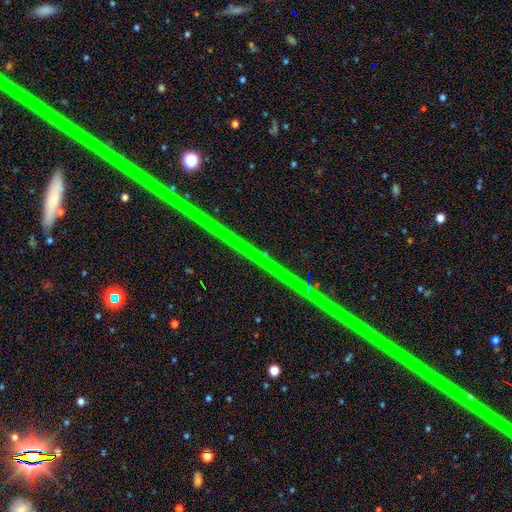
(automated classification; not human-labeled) A star or artifact, not a galaxy (89%).

Vote fractions:
- Smooth or featured? star or artifact: 89% / featured or disk: 7% / smooth: 5%